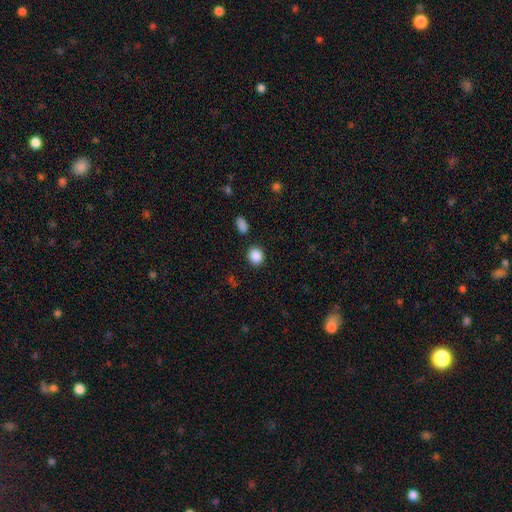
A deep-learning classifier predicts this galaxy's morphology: Smooth or featured?
  - smooth: 88% *
  - star or artifact: 9%
  - featured or disk: 3%
How rounded?
  - round: 75% *
  - in between: 24%
  - cigar-shaped: 1%
Merging?
  - none: 86% *
  - minor disturbance: 7%
  - merger: 4%
  - major disturbance: 3%